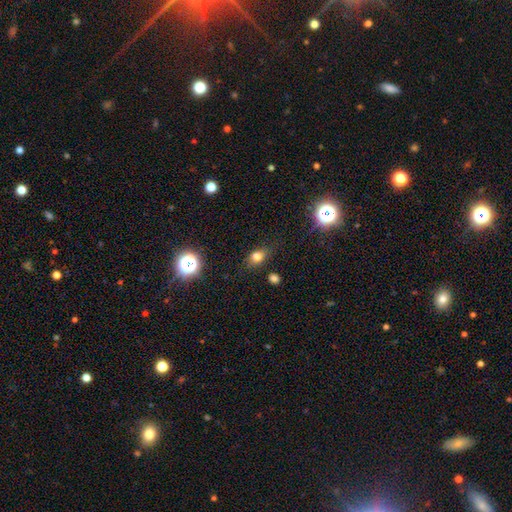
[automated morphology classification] A smooth galaxy with no disk features (76%) that is in between round and cigar-shaped (66%).

Vote fractions:
- Smooth or featured? smooth: 76% / star or artifact: 15% / featured or disk: 9%
- How rounded? in between: 66% / round: 31% / cigar-shaped: 3%
- Merging? none: 74% / minor disturbance: 18% / major disturbance: 5% / merger: 3%